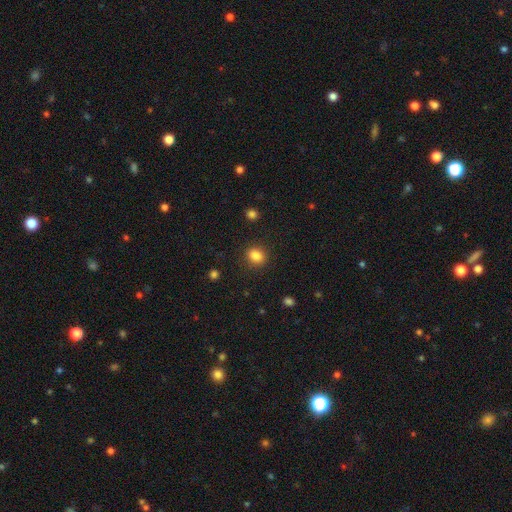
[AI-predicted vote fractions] Smooth or featured: smooth — 85% (star or artifact — 11%)
How rounded: round — 63% (in between — 36%)
Merging: none — 88% (minor disturbance — 8%)